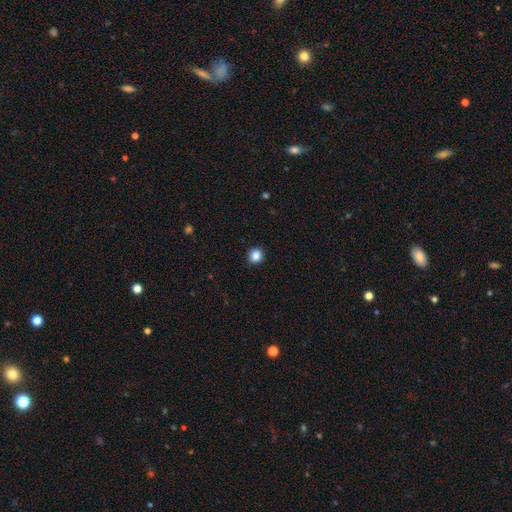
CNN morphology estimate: Smooth or featured? smooth (86%)
How rounded? round (88%)
Merging? none (92%)